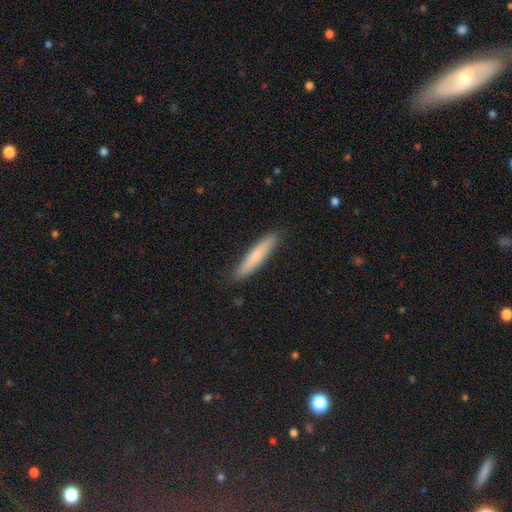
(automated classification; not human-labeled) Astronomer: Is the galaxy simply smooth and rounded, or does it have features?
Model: smooth — 77%.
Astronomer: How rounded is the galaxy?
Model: cigar-shaped — 90%.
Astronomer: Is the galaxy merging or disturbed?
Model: none — 90%.